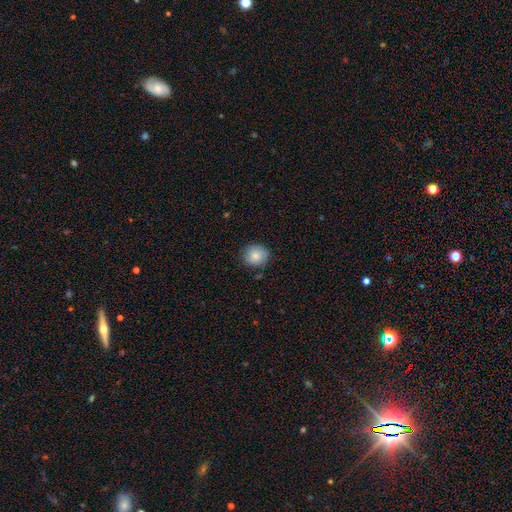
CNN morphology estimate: This appears to be a smooth galaxy with no disk features (84%) that is round (80%). Merging: none (81%).